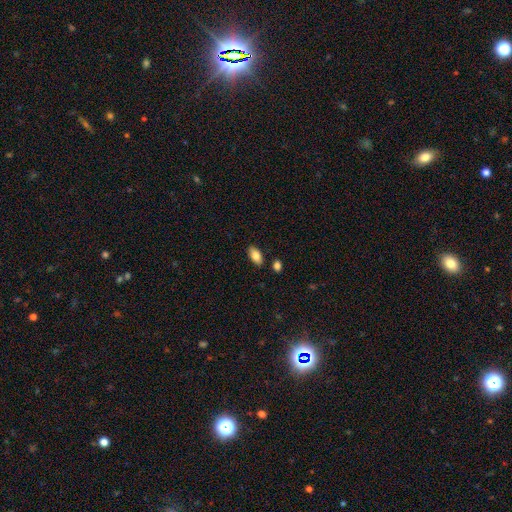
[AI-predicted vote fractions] Smooth or featured? Predicted: smooth (p=0.83). How rounded? Predicted: in between (p=0.92). Merging? Predicted: none (p=0.85).